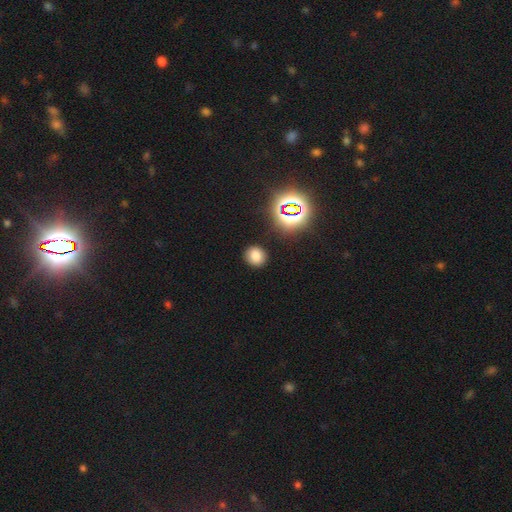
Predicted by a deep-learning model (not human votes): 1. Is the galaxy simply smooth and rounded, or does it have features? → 75% smooth, 18% star or artifact, 7% featured or disk.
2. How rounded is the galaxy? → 75% round, 24% in between, 1% cigar-shaped.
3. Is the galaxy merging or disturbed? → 88% none, 8% minor disturbance, 3% major disturbance, 2% merger.